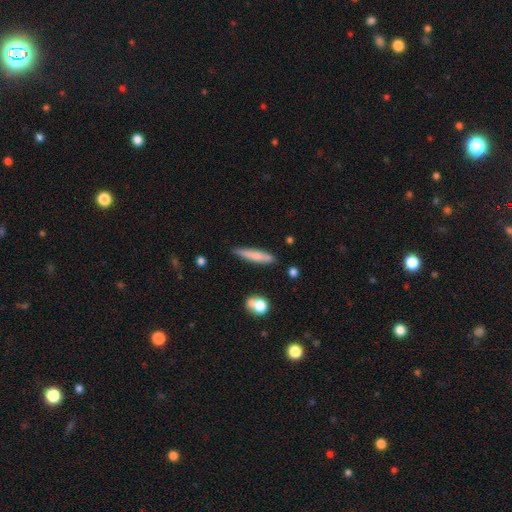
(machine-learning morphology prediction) Q: Smooth or featured?
A: smooth (74%); runner-up: featured or disk (20%)
Q: How rounded?
A: cigar-shaped (89%); runner-up: in between (9%)
Q: Merging?
A: none (82%); runner-up: minor disturbance (13%)